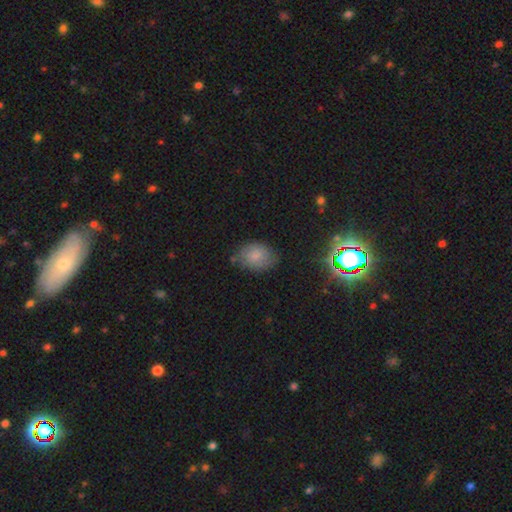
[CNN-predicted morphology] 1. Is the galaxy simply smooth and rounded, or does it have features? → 77% smooth, 12% featured or disk, 11% star or artifact.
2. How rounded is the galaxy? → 73% in between, 26% round, 1% cigar-shaped.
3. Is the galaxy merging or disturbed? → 70% none, 22% minor disturbance, 5% major disturbance, 3% merger.